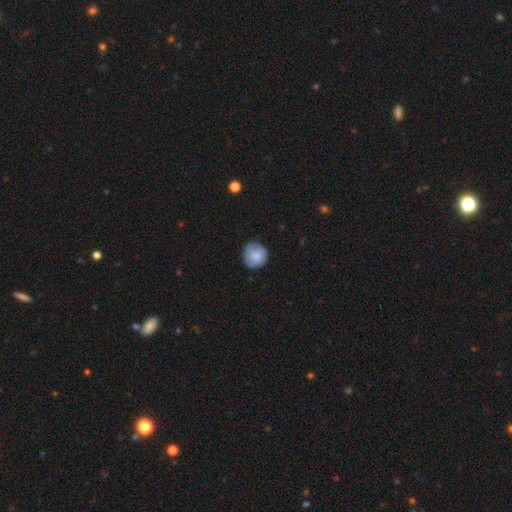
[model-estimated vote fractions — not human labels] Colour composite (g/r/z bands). It shows a smooth galaxy with no disk features (79%) that is round (91%). Merging: none (78%).